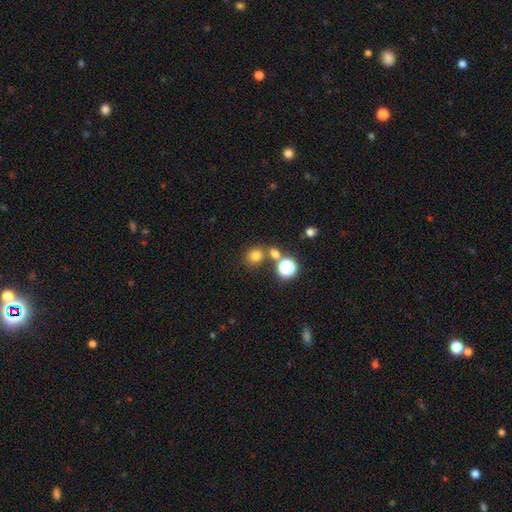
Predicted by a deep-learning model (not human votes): smooth 75%, star or artifact 19%, featured or disk 7%. Down the decision tree: how rounded — round (82%); merging — none (69%).